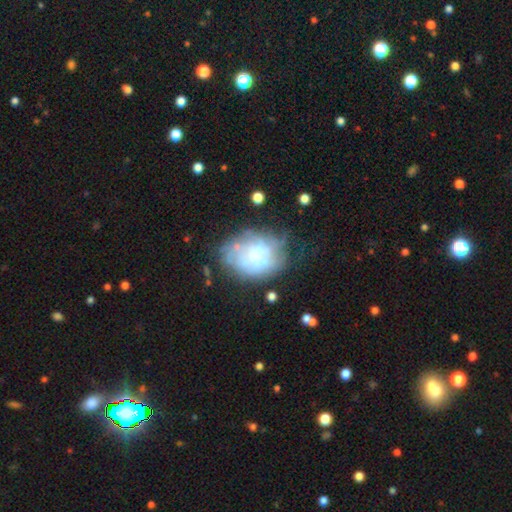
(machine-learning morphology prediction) Smooth or featured? Predicted: featured or disk (p=0.58). Edge-on disk? Predicted: no (p=0.97). Bar? Predicted: no (p=0.81). Spiral arms? Predicted: no (p=0.59). Bulge size? Predicted: small (p=0.48). Merging? Predicted: none (p=0.48).